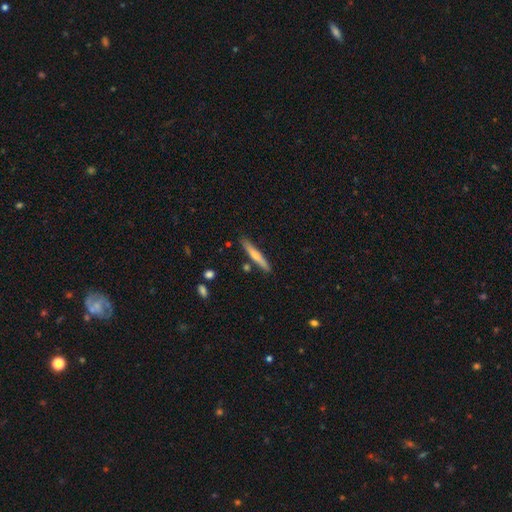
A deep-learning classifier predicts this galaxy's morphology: The model was most divided on "smooth or featured": smooth: 63%, featured or disk: 31%, star or artifact: 6%. More confident: how rounded — cigar-shaped (94%); merging — none (84%).